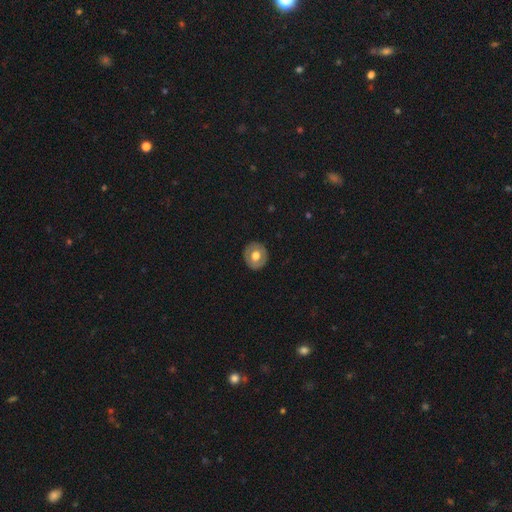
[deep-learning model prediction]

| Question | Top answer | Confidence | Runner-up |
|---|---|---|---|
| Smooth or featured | smooth | 55% | featured or disk (39%) |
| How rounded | round | 84% | in between (15%) |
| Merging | none | 88% | minor disturbance (9%) |